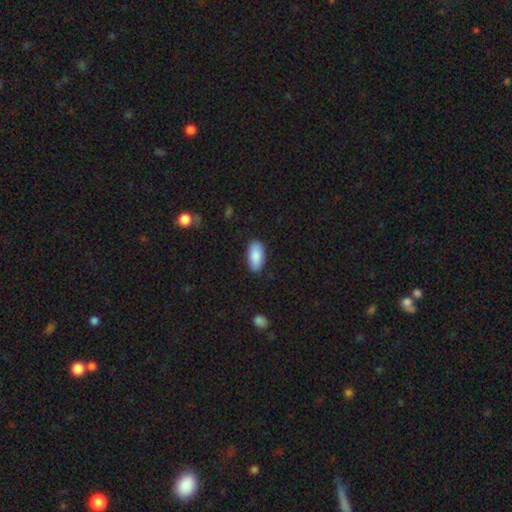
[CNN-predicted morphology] type=smooth (89%); roundness=in between (93%); merging=none (86%).